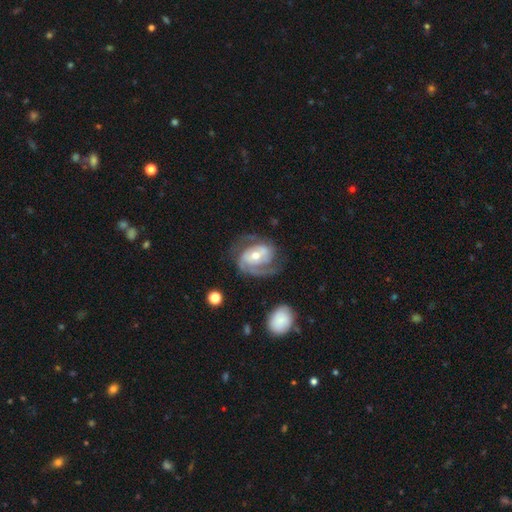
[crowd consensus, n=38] A featured or disk galaxy (89%) with a weak bar (50%), 2 (85%) medium (55%) spiral arms (97%) and a moderate central bulge (56%). Merging: none (86%).